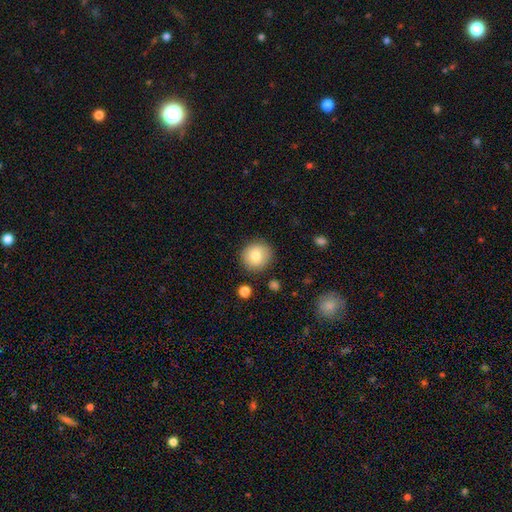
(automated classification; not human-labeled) Morphology: type=smooth (82%); roundness=round (90%); merging=none (87%).